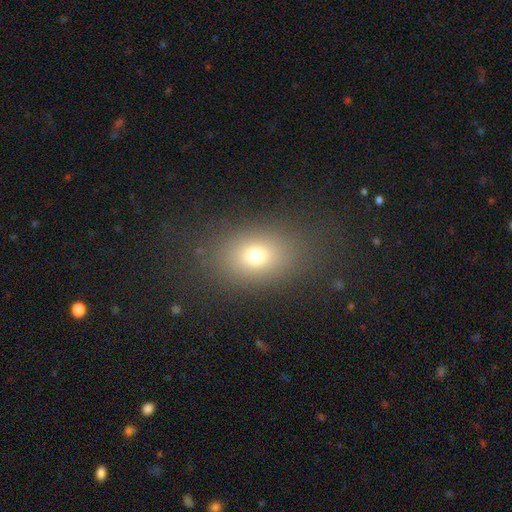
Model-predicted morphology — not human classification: type=smooth (71%); roundness=in between (68%); merging=none (79%).